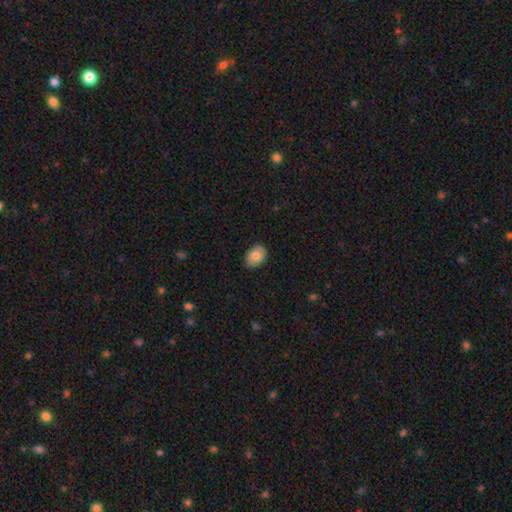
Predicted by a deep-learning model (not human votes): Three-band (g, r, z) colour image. It shows a smooth galaxy with no disk features (76%) that is in between round and cigar-shaped (74%). Merging: none (85%).